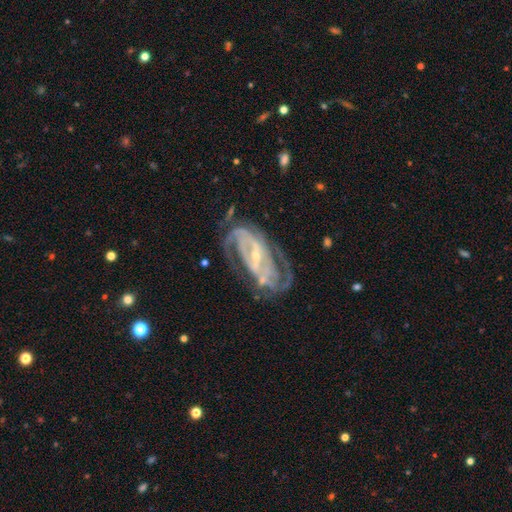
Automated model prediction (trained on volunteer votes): Overall: featured or disk (90%). Edge-on disk: no (96%). Bar: strong (52%; weak 31%). Spiral arms: yes (96%). Spiral arm count: 2 (53%; can't tell 16%). Spiral winding: tight (47%; medium 41%). Bulge size: small (74%). Merging: none (59%; minor disturbance 19%).